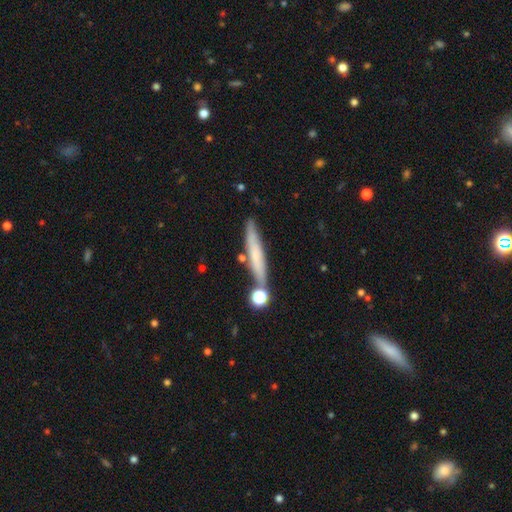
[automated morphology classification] A smooth galaxy with no disk features (57%) that is cigar-shaped (92%). Merging: none (76%).